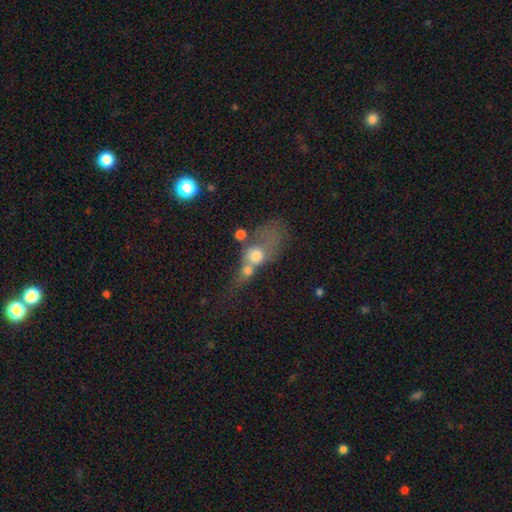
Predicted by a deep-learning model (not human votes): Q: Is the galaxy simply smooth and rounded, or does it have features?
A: smooth — 62%.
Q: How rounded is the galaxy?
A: round — 50%.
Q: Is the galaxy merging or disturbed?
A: merger — 68%.